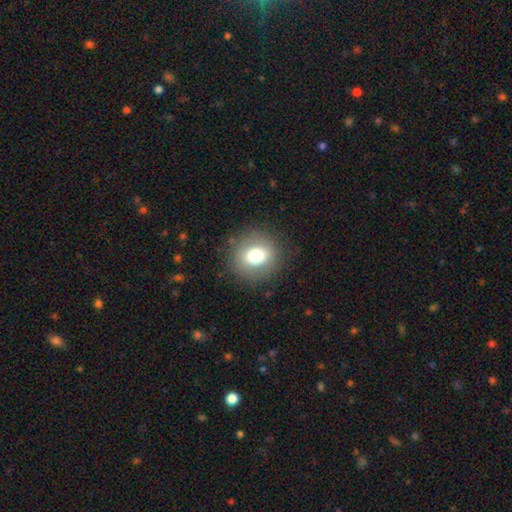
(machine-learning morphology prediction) Smooth or featured? Predicted: smooth (p=0.72). How rounded? Predicted: round (p=0.81). Merging? Predicted: none (p=0.85).